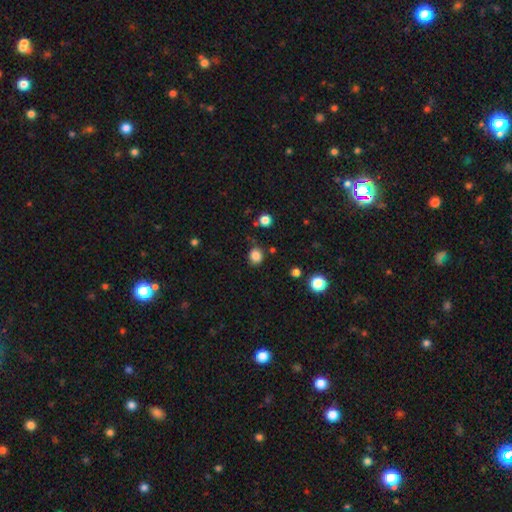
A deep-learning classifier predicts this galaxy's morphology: Smooth or featured? Predicted: smooth (p=0.83). How rounded? Predicted: round (p=0.81). Merging? Predicted: none (p=0.78).